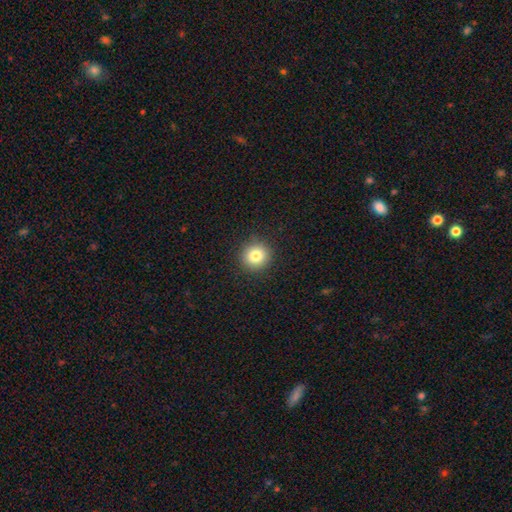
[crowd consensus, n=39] Volunteers were most divided on "smooth or featured": smooth: 82%, star or artifact: 10%, featured or disk: 8%. More confident: how rounded — round (97%); merging — none (94%).